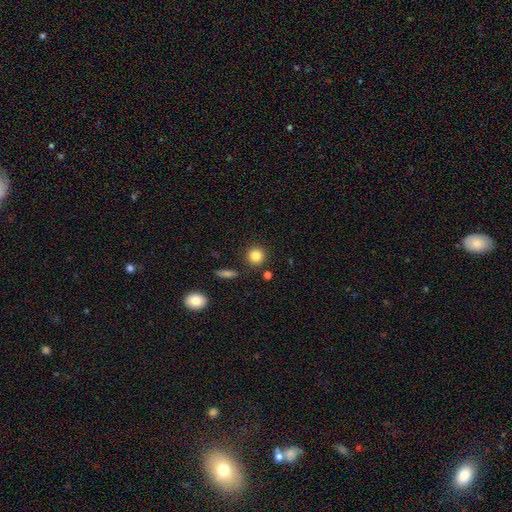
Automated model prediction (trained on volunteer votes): A smooth galaxy with no disk features (84%) that is round (92%).

Vote fractions:
- Smooth or featured? smooth: 84% / star or artifact: 10% / featured or disk: 6%
- How rounded? round: 92% / in between: 7% / cigar-shaped: 1%
- Merging? none: 88% / minor disturbance: 7% / merger: 3% / major disturbance: 2%